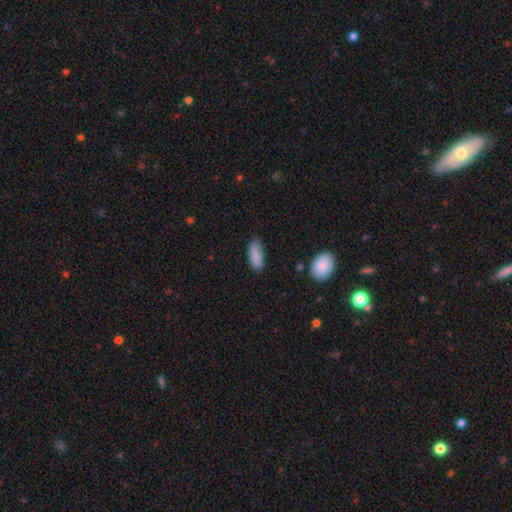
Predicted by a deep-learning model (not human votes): The model was most divided on "how rounded": in between: 72%, cigar-shaped: 27%, round: 2%. More confident: smooth or featured — smooth (87%); merging — none (78%).